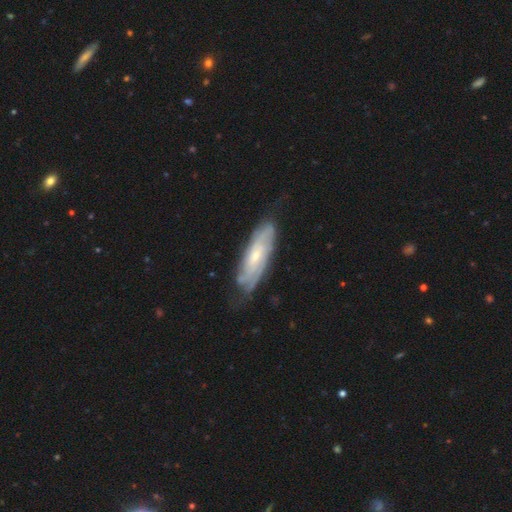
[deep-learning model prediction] Smooth or featured? featured or disk (72%)
Edge-on disk? no (81%)
Bar? no (68%)
Spiral arms? yes (89%)
Spiral winding? tight (66%)
Spiral arm count? can't tell (58%)
Bulge size? small (63%)
Merging? none (69%)